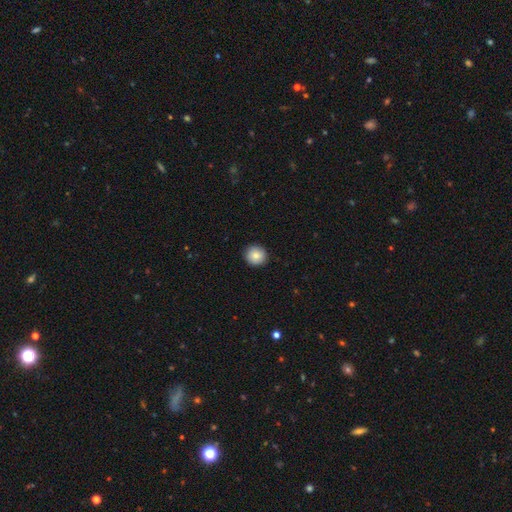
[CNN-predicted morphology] Smooth or featured?
  - smooth: 83% *
  - star or artifact: 9%
  - featured or disk: 8%
How rounded?
  - round: 93% *
  - in between: 6%
  - cigar-shaped: 1%
Merging?
  - none: 92% *
  - minor disturbance: 6%
  - major disturbance: 2%
  - merger: 1%